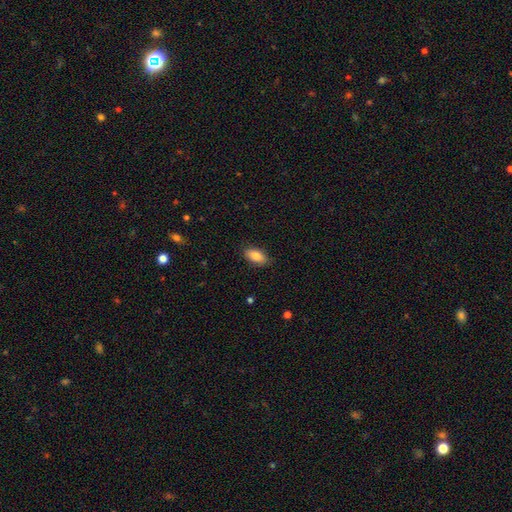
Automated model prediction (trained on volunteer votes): A smooth galaxy with no disk features (85%) that is in between round and cigar-shaped (90%).

Vote fractions:
- Smooth or featured? smooth: 85% / featured or disk: 9% / star or artifact: 7%
- How rounded? in between: 90% / cigar-shaped: 6% / round: 4%
- Merging? none: 88% / minor disturbance: 9% / major disturbance: 2% / merger: 1%